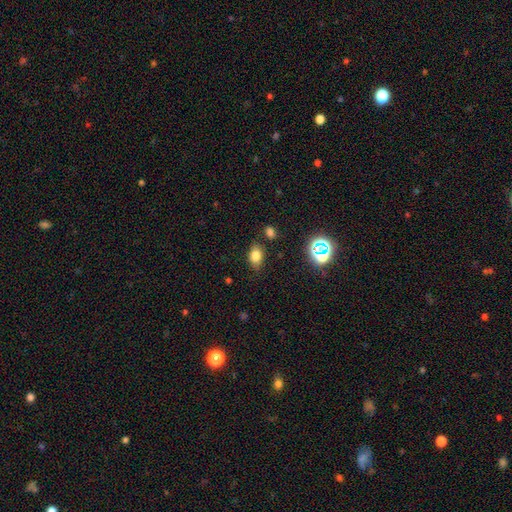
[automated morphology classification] The model was most divided on "how rounded": in between: 79%, round: 19%, cigar-shaped: 2%. More confident: merging — none (79%); smooth or featured — smooth (77%).